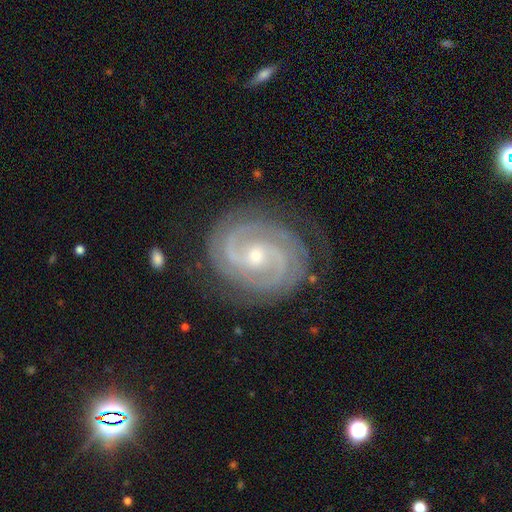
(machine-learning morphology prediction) smooth_or_featured: featured or disk (p=0.92) [alt: star or artifact p=0.05]
disk_edge_on: no (p=0.98) [alt: yes p=0.02]
bar: no (p=0.49) [alt: weak p=0.37]
has_spiral_arms: yes (p=0.99) [alt: no p=0.01]
spiral_winding: tight (p=0.69) [alt: medium p=0.28]
spiral_arm_count: 2 (p=0.79) [alt: 3 p=0.09]
bulge_size: small (p=0.52) [alt: moderate p=0.45]
merging: none (p=0.81) [alt: minor disturbance p=0.13]